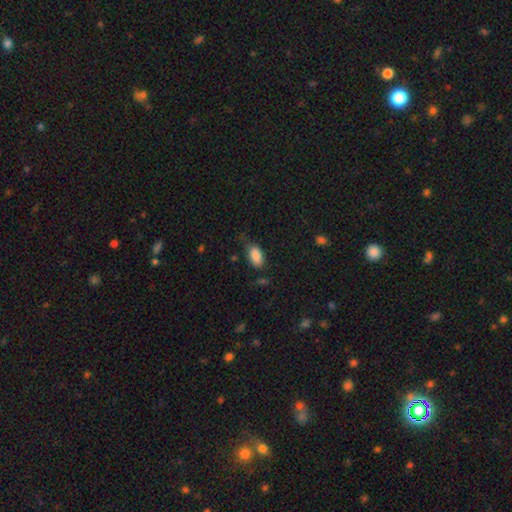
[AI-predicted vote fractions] The model was most divided on "merging": none: 64%, minor disturbance: 25%, major disturbance: 8%, merger: 2%. More confident: how rounded — in between (93%); smooth or featured — smooth (87%).